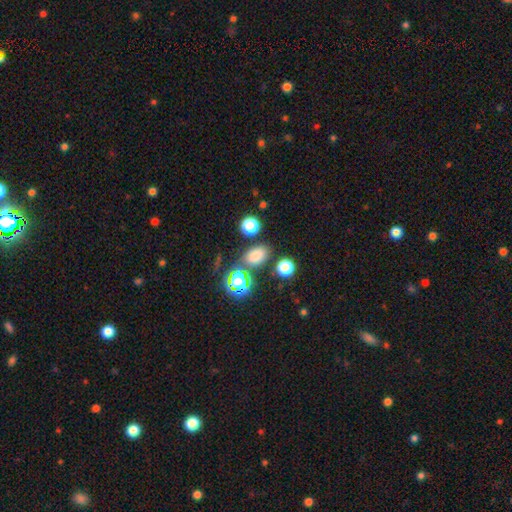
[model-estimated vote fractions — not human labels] This is likely a smooth galaxy (74%). How rounded: likely in between (79%). Merging: likely none (76%).